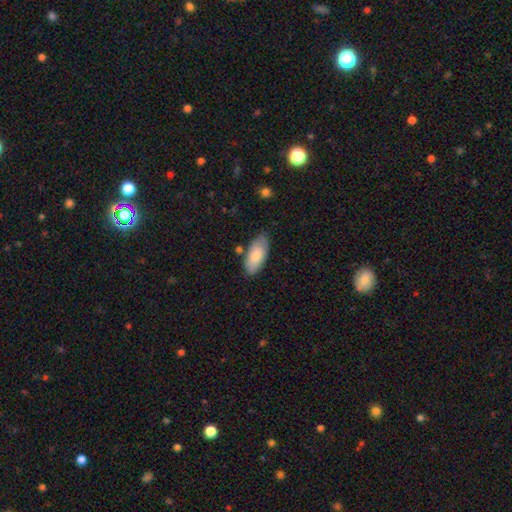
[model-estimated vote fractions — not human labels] The model was most divided on "merging": none: 74%, minor disturbance: 18%, merger: 4%, major disturbance: 3%. More confident: how rounded — in between (90%); smooth or featured — smooth (82%).